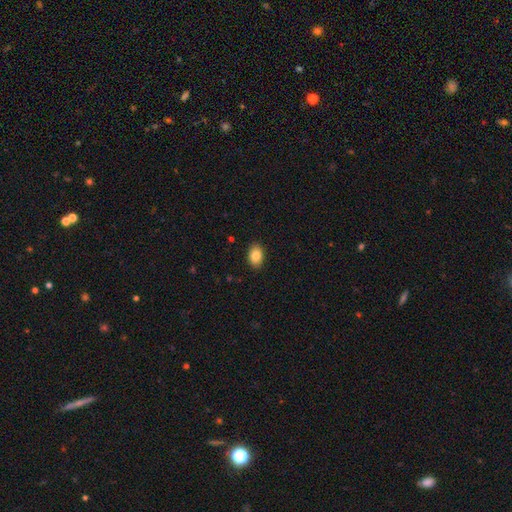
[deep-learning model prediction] This appears to be a smooth galaxy with no disk features (84%) that is in between round and cigar-shaped (86%). Merging: none (89%).